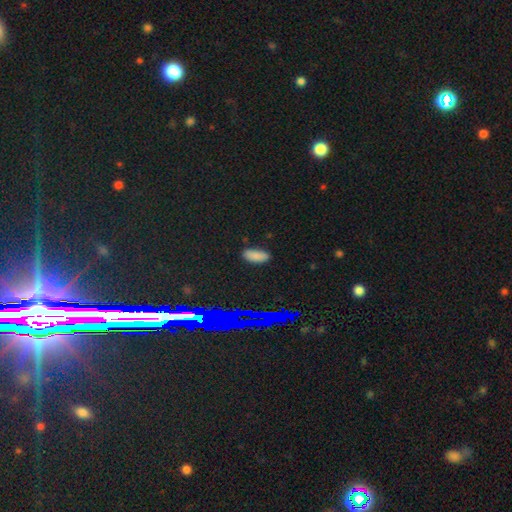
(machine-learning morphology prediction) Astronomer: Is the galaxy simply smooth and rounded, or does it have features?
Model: smooth — 77%.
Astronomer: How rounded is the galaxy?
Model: in between — 87%.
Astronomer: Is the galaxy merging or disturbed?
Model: none — 84%.